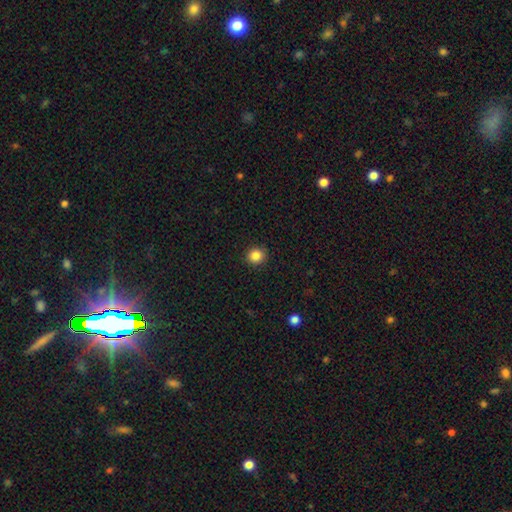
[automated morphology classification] The model was most divided on "smooth or featured": smooth: 85%, star or artifact: 11%, featured or disk: 4%. More confident: merging — none (92%); how rounded — round (89%).